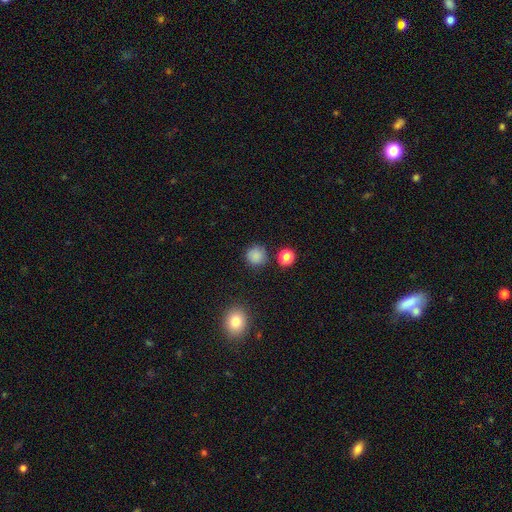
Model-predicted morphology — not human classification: Q: Smooth or featured?
A: smooth (84%); runner-up: star or artifact (12%)
Q: How rounded?
A: round (93%); runner-up: in between (6%)
Q: Merging?
A: none (84%); runner-up: minor disturbance (10%)